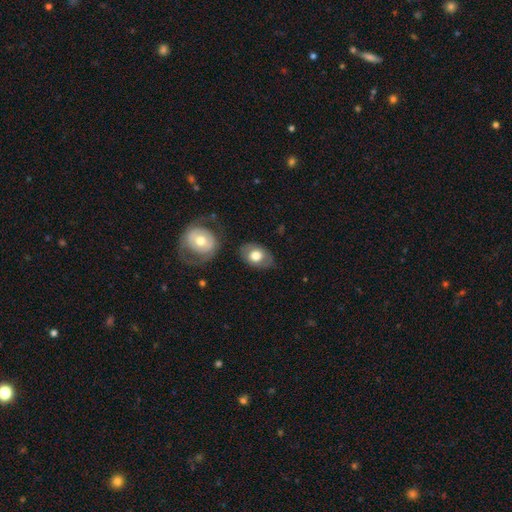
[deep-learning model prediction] smooth 68%, featured or disk 26%, star or artifact 7%. Down the decision tree: how rounded — in between (72%); merging — none (74%).